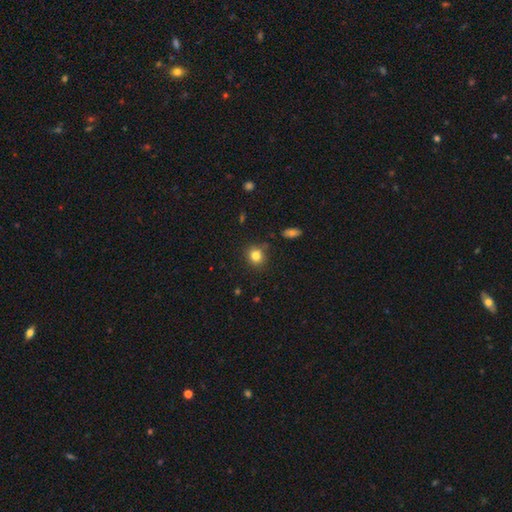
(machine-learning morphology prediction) Smooth or featured? Predicted: smooth (p=0.82). How rounded? Predicted: round (p=0.78). Merging? Predicted: none (p=0.81).